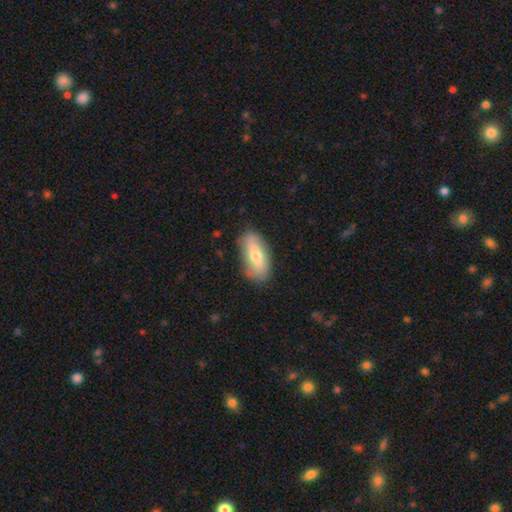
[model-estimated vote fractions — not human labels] This appears to be a smooth galaxy with no disk features (55%) that is in between round and cigar-shaped (80%). Merging: none (83%).